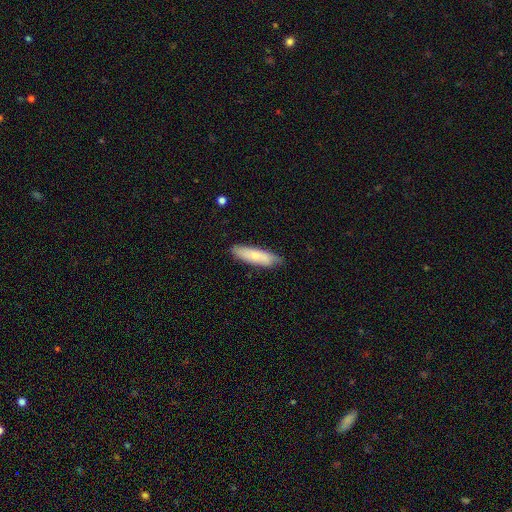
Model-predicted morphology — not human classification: Q: Smooth or featured?
A: smooth (72%); runner-up: featured or disk (22%)
Q: How rounded?
A: cigar-shaped (63%); runner-up: in between (35%)
Q: Merging?
A: none (77%); runner-up: minor disturbance (19%)